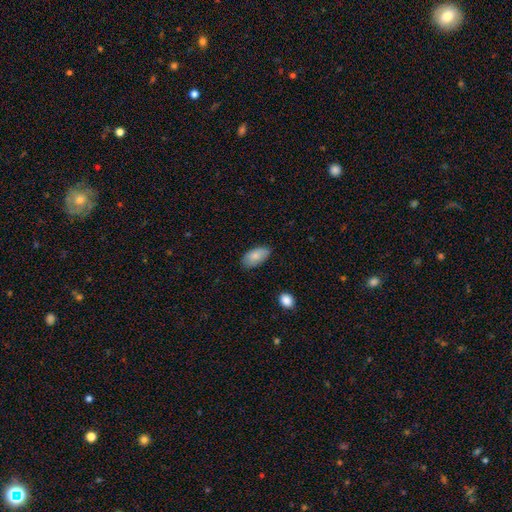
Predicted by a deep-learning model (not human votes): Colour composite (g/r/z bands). It shows a smooth galaxy with no disk features (83%) that is in between round and cigar-shaped (94%). Merging: none (77%).